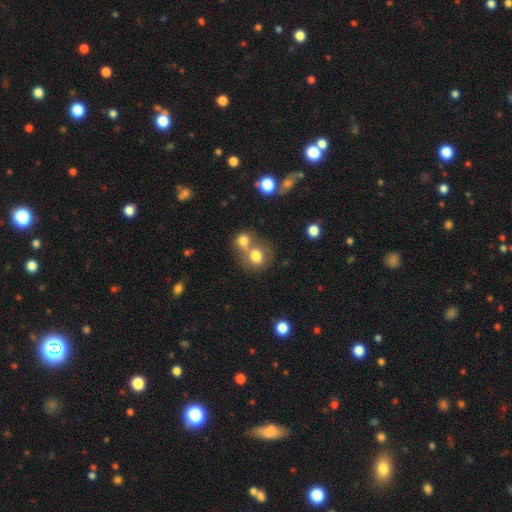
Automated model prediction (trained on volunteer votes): The model was most divided on "merging": merger: 50%, none: 37%, minor disturbance: 9%, major disturbance: 5%. More confident: smooth or featured — smooth (76%); how rounded — round (73%).